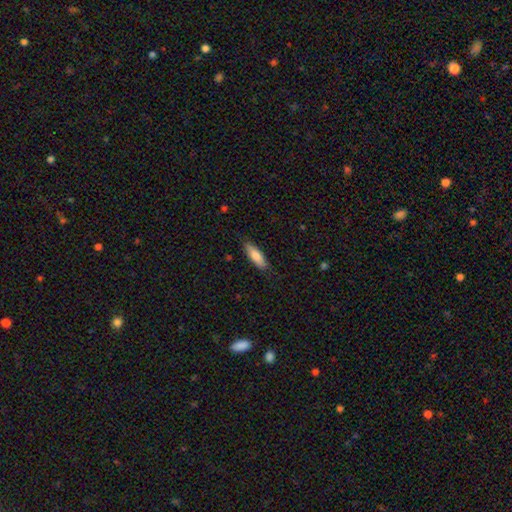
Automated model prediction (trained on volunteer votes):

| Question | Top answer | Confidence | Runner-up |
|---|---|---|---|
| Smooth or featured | smooth | 80% | featured or disk (14%) |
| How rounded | in between | 50% | cigar-shaped (48%) |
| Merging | none | 84% | minor disturbance (12%) |